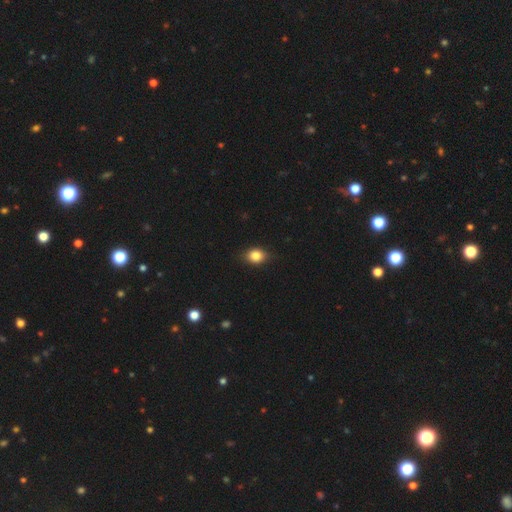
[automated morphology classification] A smooth galaxy with no disk features (83%) that is in between round and cigar-shaped (55%).

Vote fractions:
- Smooth or featured? smooth: 83% / star or artifact: 10% / featured or disk: 7%
- How rounded? in between: 55% / round: 43% / cigar-shaped: 1%
- Merging? none: 83% / minor disturbance: 14% / major disturbance: 2% / merger: 1%